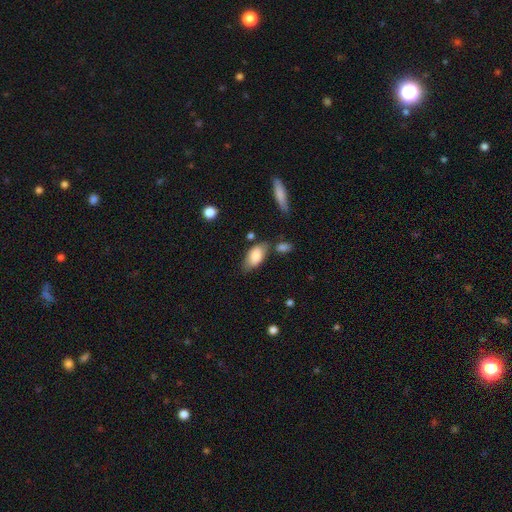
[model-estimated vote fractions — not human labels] Q: Smooth or featured?
A: smooth (81%); runner-up: featured or disk (13%)
Q: How rounded?
A: in between (92%); runner-up: cigar-shaped (5%)
Q: Merging?
A: none (66%); runner-up: minor disturbance (21%)